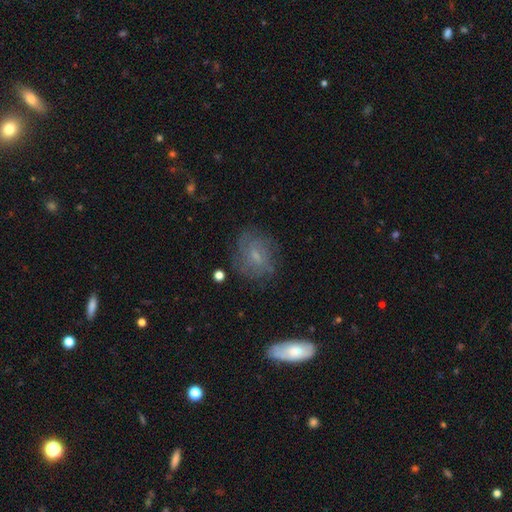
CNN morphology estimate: type=featured or disk (46%); merging=none (70%).